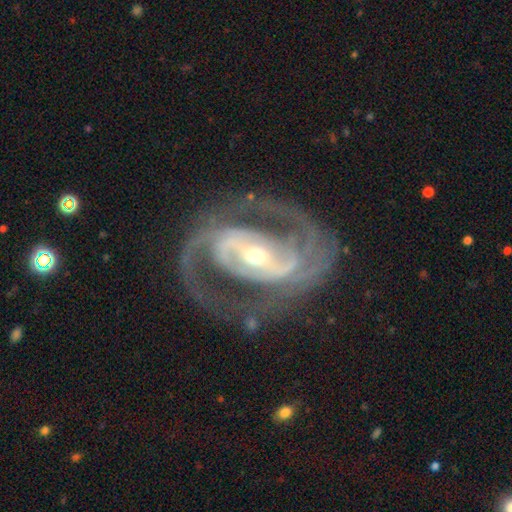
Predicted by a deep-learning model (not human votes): A featured or disk galaxy (91%) with a strong bar (50%), 2 (86%) medium (52%) spiral arms (97%) and a small central bulge (49%).

Vote fractions:
- Smooth or featured? featured or disk: 91% / star or artifact: 5% / smooth: 4%
- Edge-on disk? no: 97% / yes: 3%
- Bar? strong: 50% / weak: 32% / no: 19%
- Spiral arms? yes: 97% / no: 3%
- Spiral winding? medium: 52% / tight: 37% / loose: 11%
- Spiral arm count? 2: 86% / 3: 5% / can't tell: 4% / 1: 2% / 4: 2% / more than 4: 2%
- Bulge size? small: 49% / moderate: 45% / large: 4% / dominant: 1% / none: 1%
- Merging? none: 73% / minor disturbance: 14% / major disturbance: 11% / merger: 2%